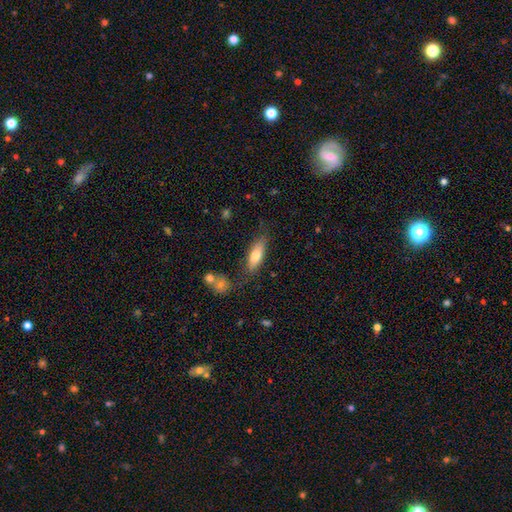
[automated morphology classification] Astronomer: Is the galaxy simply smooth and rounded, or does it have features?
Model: smooth — 73%.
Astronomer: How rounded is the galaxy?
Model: in between — 61% (runner-up: cigar-shaped, 37%).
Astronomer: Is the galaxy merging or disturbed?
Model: none — 73%.